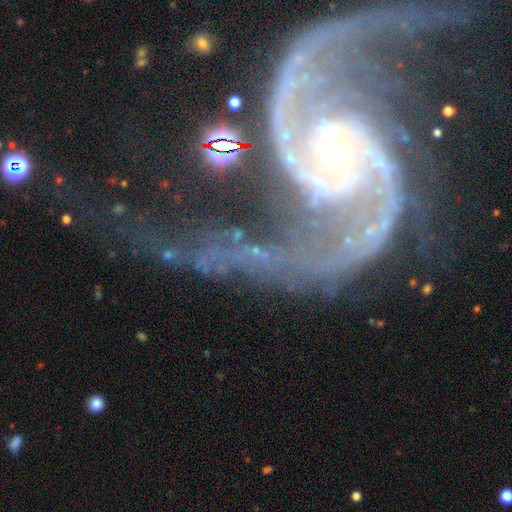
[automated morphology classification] type=featured or disk (93%); edge-on=no (98%); bar=no (57%); spiral arms=yes (98%); winding=medium (45%); arm count=2 (90%); bulge=small (77%); merging=none (46%).